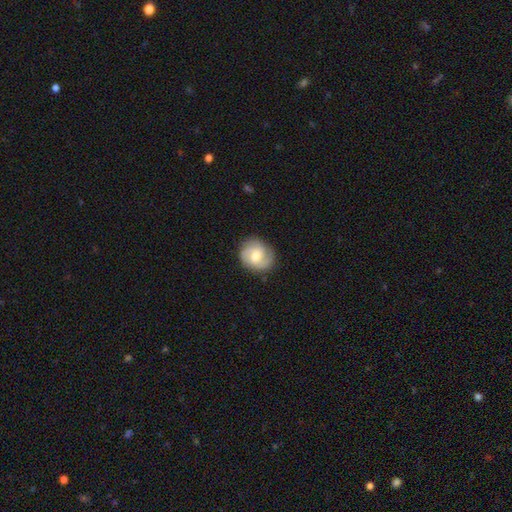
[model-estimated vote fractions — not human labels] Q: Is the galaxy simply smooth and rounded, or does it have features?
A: featured or disk — 60%.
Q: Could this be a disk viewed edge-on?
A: no — 97%.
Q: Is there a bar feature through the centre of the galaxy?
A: no — 46%.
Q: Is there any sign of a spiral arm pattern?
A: yes — 90%.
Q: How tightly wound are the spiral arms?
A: medium — 44%.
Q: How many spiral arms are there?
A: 2 — 61%.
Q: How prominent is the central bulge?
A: moderate — 67%.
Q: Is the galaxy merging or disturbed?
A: none — 82%.